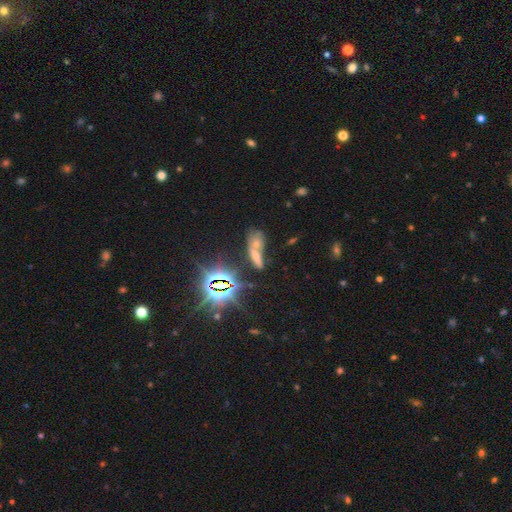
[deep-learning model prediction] Overall: smooth (43%; star or artifact 37%). Merging: merger (52%; none 29%).